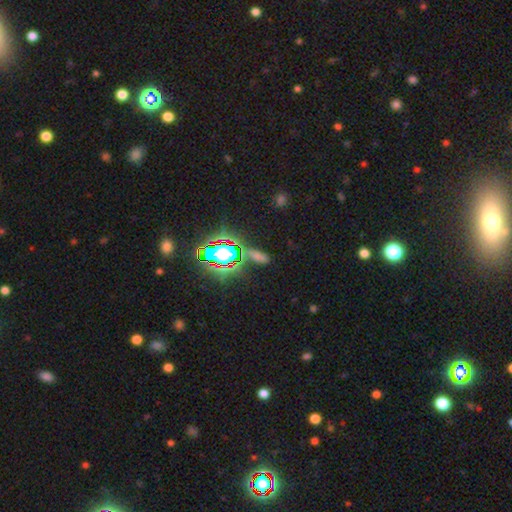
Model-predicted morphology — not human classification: This is likely a star or artifact rather than a galaxy (63%).